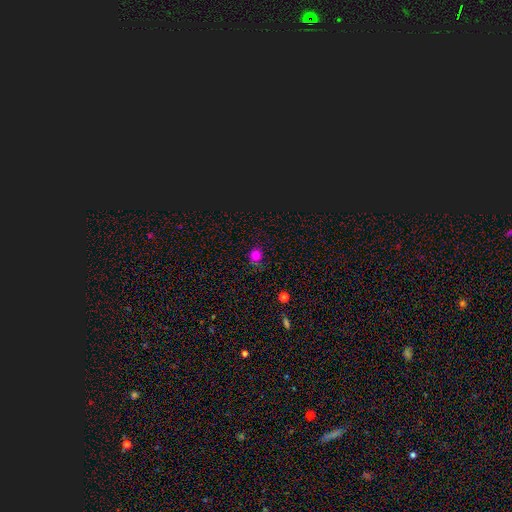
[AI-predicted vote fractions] smooth 77%, star or artifact 17%, featured or disk 6%. Down the decision tree: how rounded — round (81%); merging — none (72%).